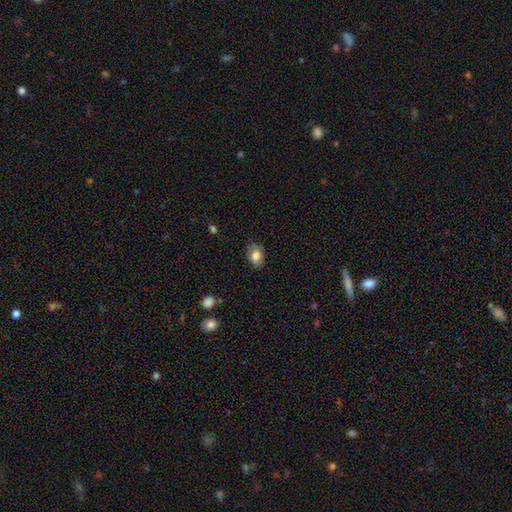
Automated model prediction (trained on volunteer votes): Smooth or featured? Predicted: smooth (p=0.78). How rounded? Predicted: in between (p=0.81). Merging? Predicted: none (p=0.79).